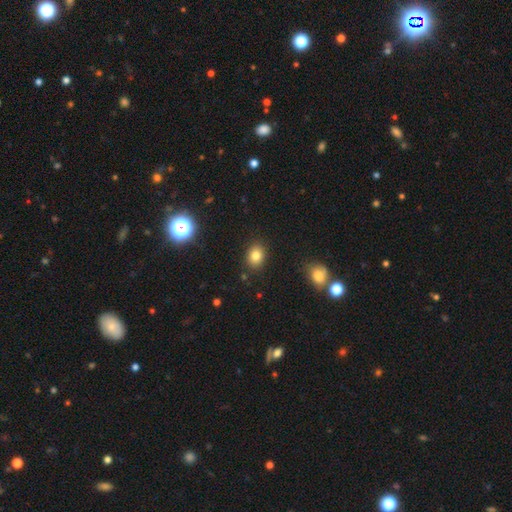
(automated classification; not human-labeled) The model was most divided on "how rounded": in between: 57%, round: 42%, cigar-shaped: 1%. More confident: merging — none (87%); smooth or featured — smooth (82%).